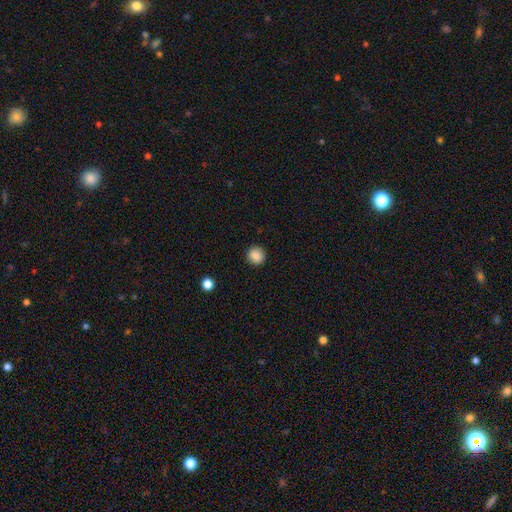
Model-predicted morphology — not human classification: Smooth or featured: smooth — 87% (star or artifact — 9%)
How rounded: round — 89% (in between — 10%)
Merging: none — 91% (minor disturbance — 6%)